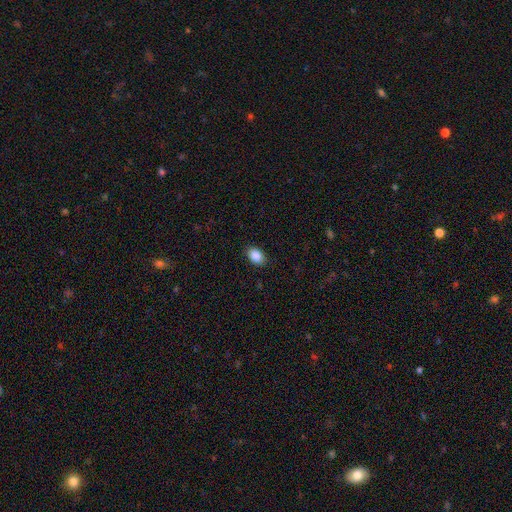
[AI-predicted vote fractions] The model was most divided on "how rounded": in between: 80%, round: 19%, cigar-shaped: 1%. More confident: smooth or featured — smooth (88%); merging — none (88%).